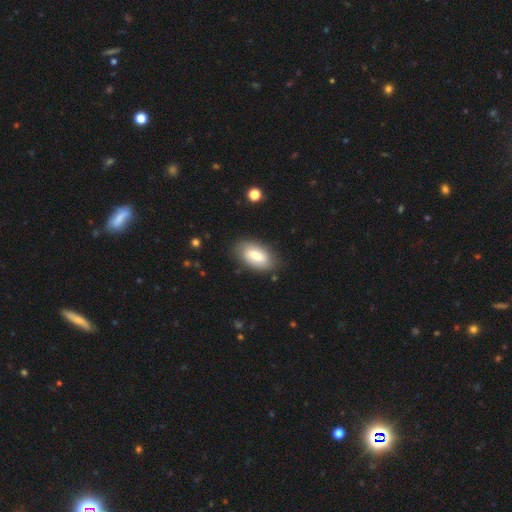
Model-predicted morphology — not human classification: smooth_or_featured: smooth (p=0.66) [alt: featured or disk p=0.27]
how_rounded: in between (p=0.91) [alt: cigar-shaped p=0.05]
merging: none (p=0.82) [alt: minor disturbance p=0.13]